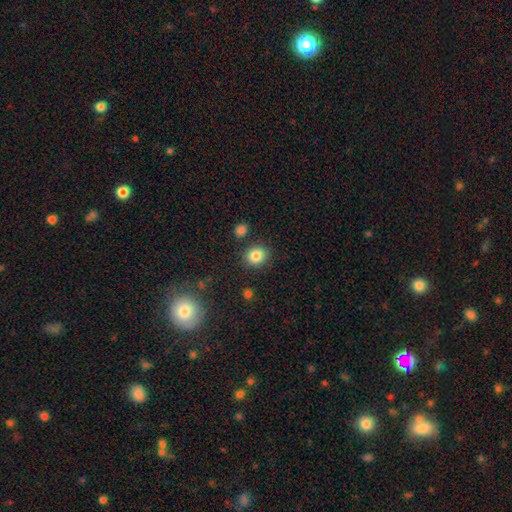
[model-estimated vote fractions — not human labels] smooth-or-featured: smooth: 84% | star or artifact: 11% | featured or disk: 5%
  how-rounded: round: 82% | in between: 18% | cigar-shaped: 1%
  merging: none: 85% | minor disturbance: 8% | merger: 4% | major disturbance: 3%